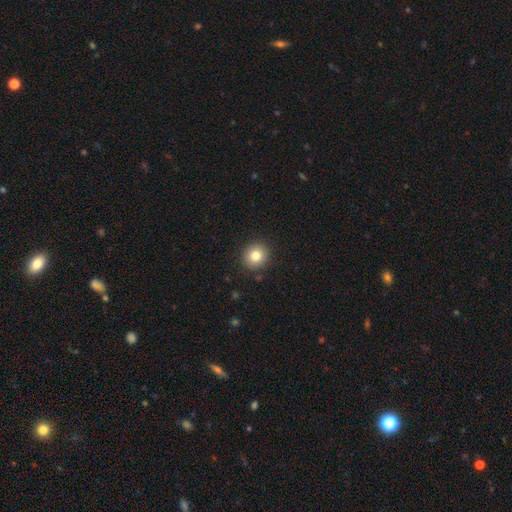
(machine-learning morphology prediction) type=smooth (81%); roundness=round (86%); merging=none (90%).